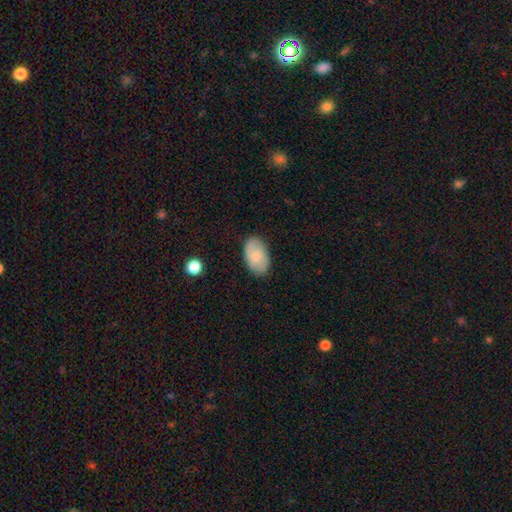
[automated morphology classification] Smooth or featured? smooth (75%)
How rounded? in between (93%)
Merging? none (83%)